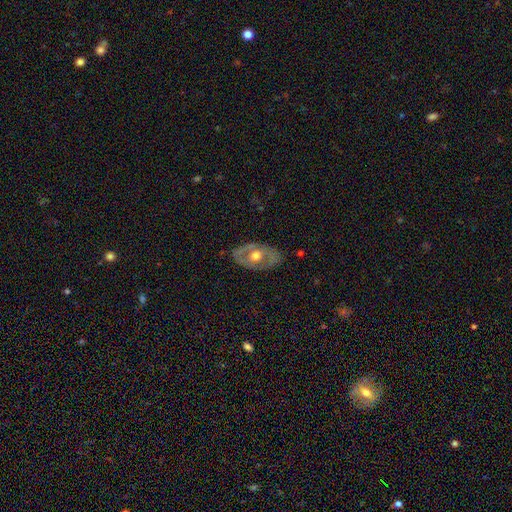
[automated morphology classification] type=featured or disk (61%); edge-on=no (89%); bar=no (80%); spiral arms=no (76%); bulge=moderate (68%); merging=none (78%).